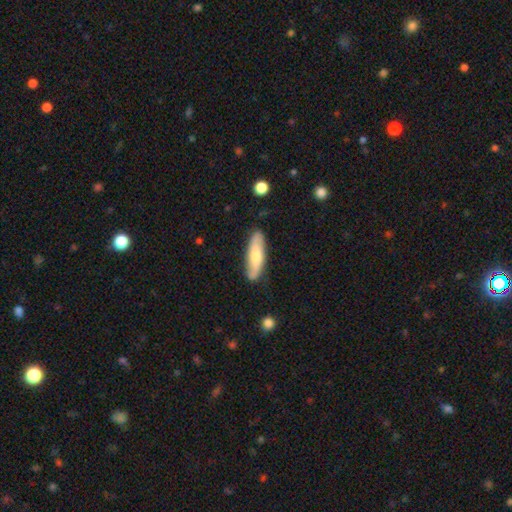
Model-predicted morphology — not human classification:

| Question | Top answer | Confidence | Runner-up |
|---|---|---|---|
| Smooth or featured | smooth | 58% | featured or disk (37%) |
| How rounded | cigar-shaped | 61% | in between (37%) |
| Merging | none | 82% | minor disturbance (13%) |